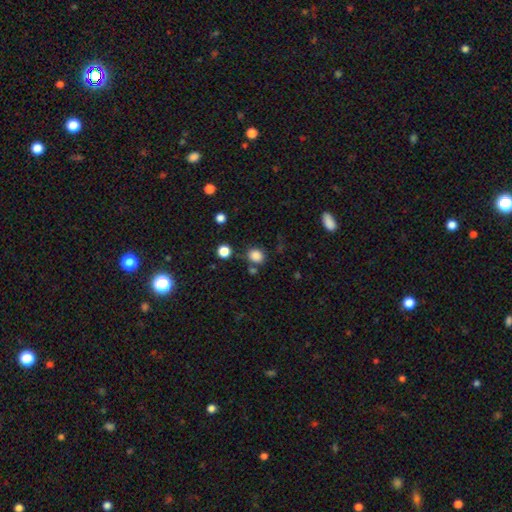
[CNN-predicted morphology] smooth-or-featured: smooth: 84% | star or artifact: 12% | featured or disk: 4%
  how-rounded: round: 71% | in between: 28% | cigar-shaped: 1%
  merging: none: 71% | minor disturbance: 14% | merger: 10% | major disturbance: 5%